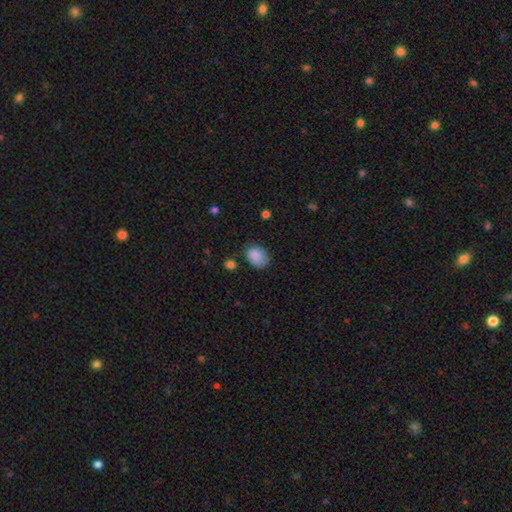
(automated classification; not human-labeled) The model was most divided on "how rounded": in between: 68%, round: 31%, cigar-shaped: 1%. More confident: smooth or featured — smooth (87%); merging — none (67%).